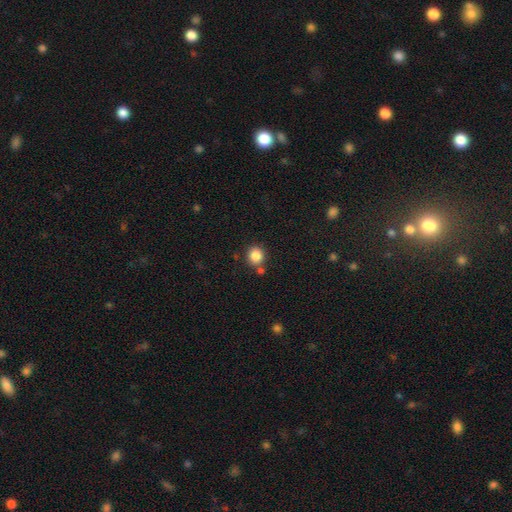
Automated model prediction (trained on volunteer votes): Morphology: type=smooth (85%); roundness=round (85%); merging=none (77%).